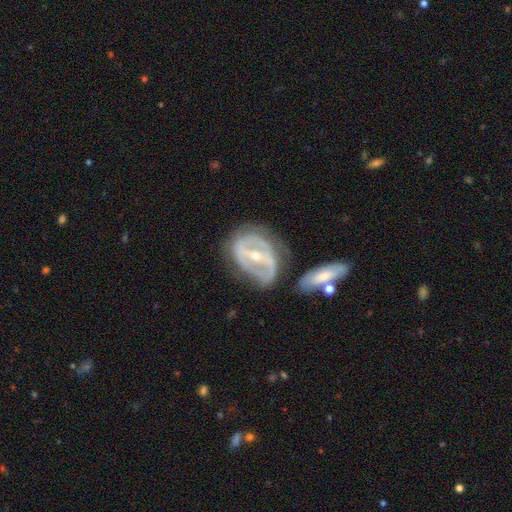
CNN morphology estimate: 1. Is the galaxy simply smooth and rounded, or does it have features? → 83% featured or disk, 11% smooth, 5% star or artifact.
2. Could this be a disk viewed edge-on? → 93% no, 7% yes.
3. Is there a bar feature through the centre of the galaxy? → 63% strong, 26% weak, 12% no.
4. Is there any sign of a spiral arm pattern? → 70% yes, 30% no.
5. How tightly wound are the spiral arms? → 45% tight, 38% medium, 17% loose.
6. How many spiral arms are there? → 61% 2, 24% can't tell, 7% 1, 5% 3, 2% 4, 1% more than 4.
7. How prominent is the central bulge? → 55% small, 42% moderate, 1% large, 1% none, 1% dominant.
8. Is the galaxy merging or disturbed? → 53% none, 23% minor disturbance, 14% major disturbance, 9% merger.